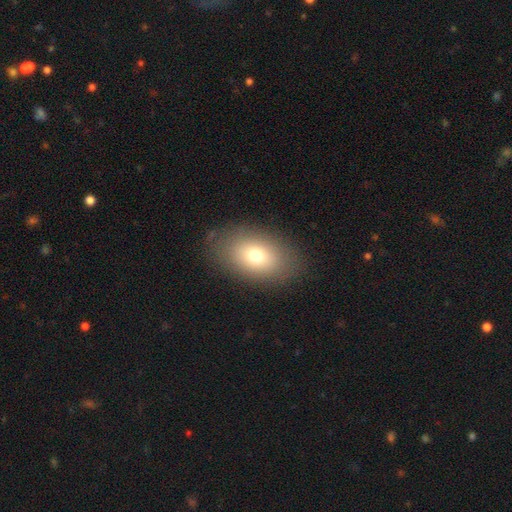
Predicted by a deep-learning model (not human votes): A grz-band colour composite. It shows a smooth galaxy with no disk features (73%) that is in between round and cigar-shaped (78%). Merging: none (83%).